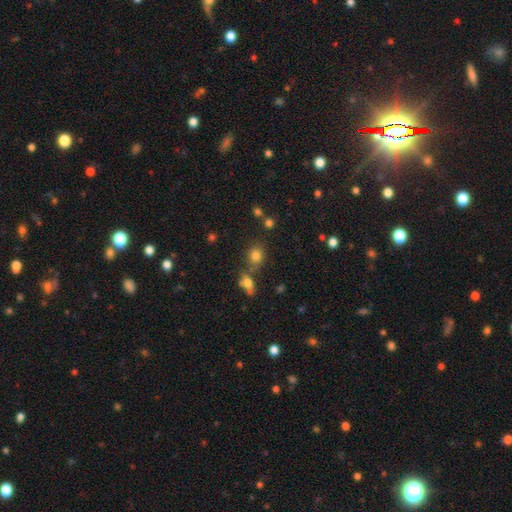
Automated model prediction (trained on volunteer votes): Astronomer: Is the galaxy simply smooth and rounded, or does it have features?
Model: smooth — 77%.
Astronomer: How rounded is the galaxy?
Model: round — 64%.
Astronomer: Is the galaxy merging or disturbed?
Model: none — 66%.